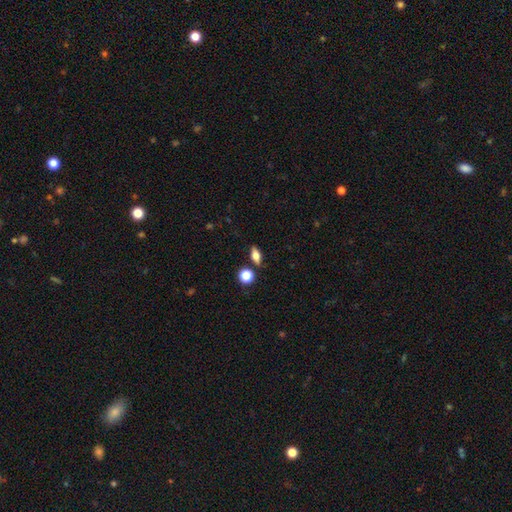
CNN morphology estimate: Smooth or featured? smooth (66%)
How rounded? in between (73%)
Merging? none (82%)